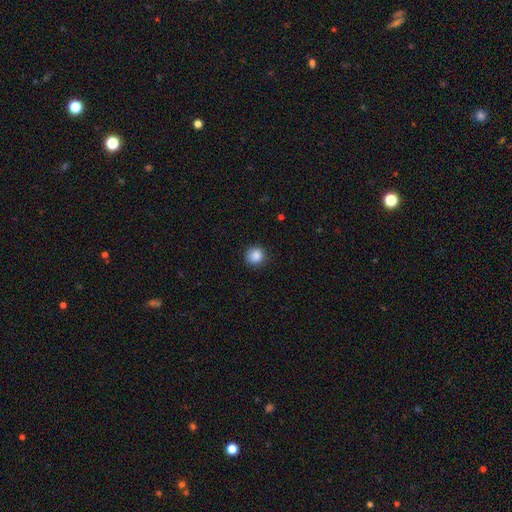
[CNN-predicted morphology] smooth_or_featured: smooth (p=0.87) [alt: star or artifact p=0.10]
how_rounded: round (p=0.90) [alt: in between p=0.09]
merging: none (p=0.87) [alt: minor disturbance p=0.09]